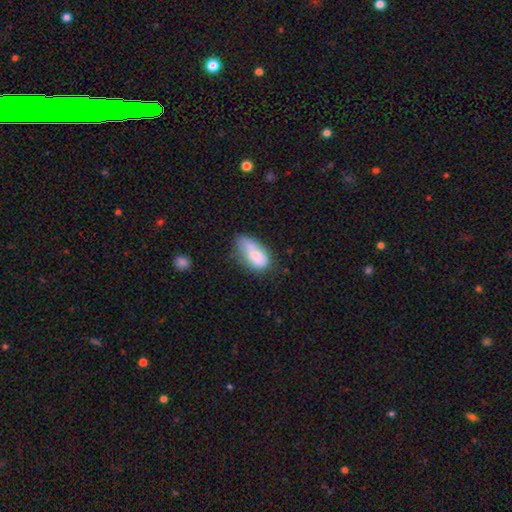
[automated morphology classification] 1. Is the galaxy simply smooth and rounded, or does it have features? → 70% smooth, 23% featured or disk, 8% star or artifact.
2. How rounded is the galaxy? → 91% in between, 5% round, 4% cigar-shaped.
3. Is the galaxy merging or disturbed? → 33% minor disturbance, 31% none, 18% major disturbance, 17% merger.